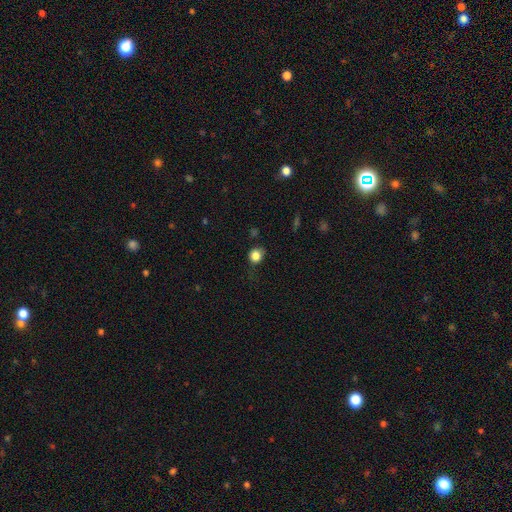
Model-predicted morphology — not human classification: A smooth galaxy with no disk features (83%) that is round (82%).

Vote fractions:
- Smooth or featured? smooth: 83% / star or artifact: 11% / featured or disk: 5%
- How rounded? round: 82% / in between: 17% / cigar-shaped: 1%
- Merging? none: 67% / minor disturbance: 24% / major disturbance: 8% / merger: 2%